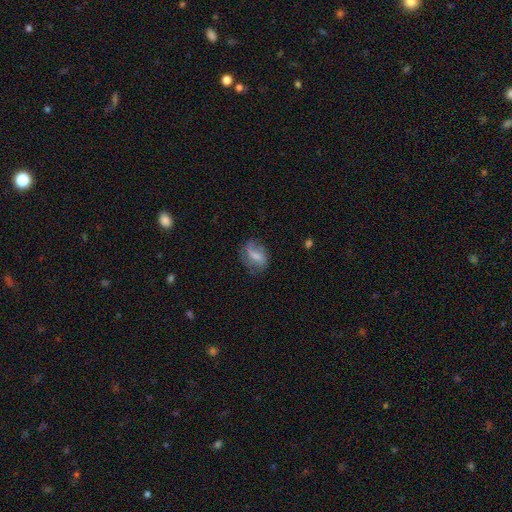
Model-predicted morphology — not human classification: A smooth galaxy with no disk features (51%) that is in between round and cigar-shaped (73%).

Vote fractions:
- Smooth or featured? smooth: 51% / featured or disk: 39% / star or artifact: 9%
- How rounded? in between: 73% / round: 23% / cigar-shaped: 4%
- Merging? none: 50% / minor disturbance: 28% / major disturbance: 20% / merger: 3%